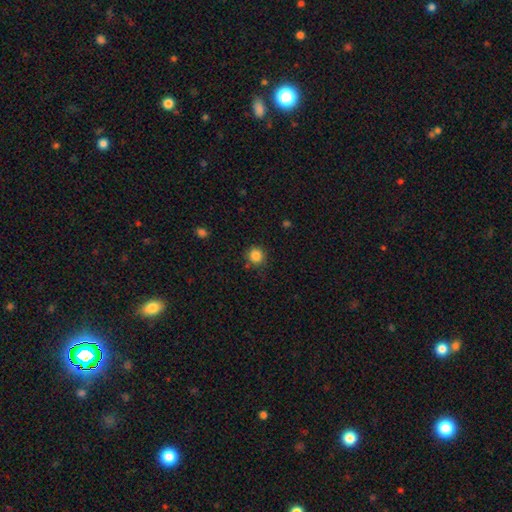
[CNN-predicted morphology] smooth_or_featured: smooth (p=0.85) [alt: star or artifact p=0.11]
how_rounded: round (p=0.93) [alt: in between p=0.06]
merging: none (p=0.85) [alt: minor disturbance p=0.10]